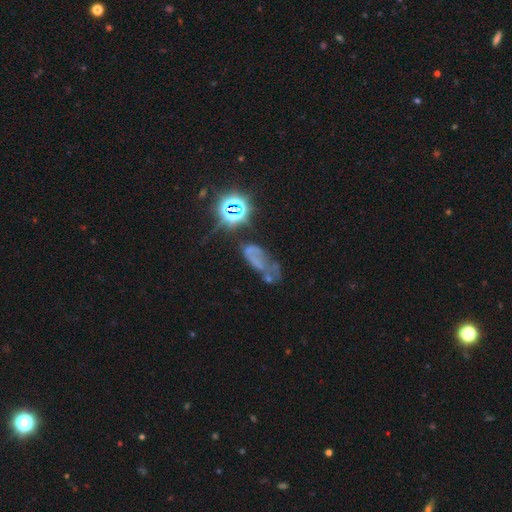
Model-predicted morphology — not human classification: Smooth or featured? star or artifact (40%)